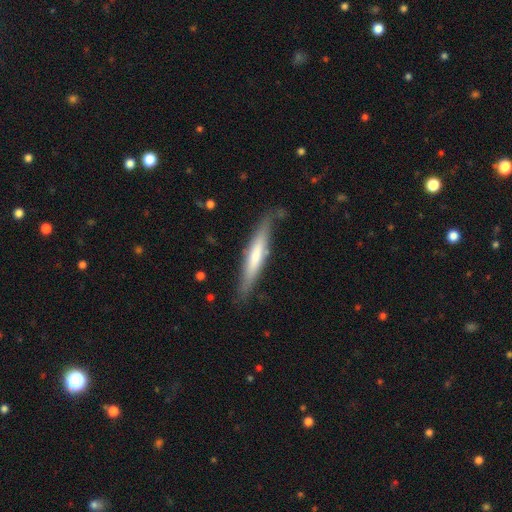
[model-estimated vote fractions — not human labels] Smooth or featured? Predicted: smooth (p=0.51). How rounded? Predicted: cigar-shaped (p=0.91). Merging? Predicted: none (p=0.76).